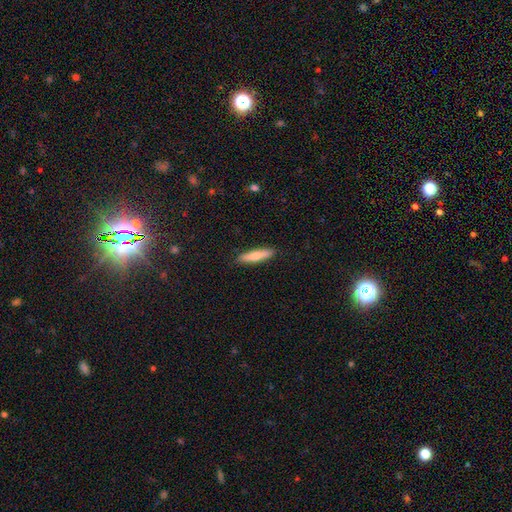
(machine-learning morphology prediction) Smooth or featured?
  - smooth: 74% *
  - featured or disk: 21%
  - star or artifact: 6%
How rounded?
  - cigar-shaped: 85% *
  - in between: 14%
  - round: 1%
Merging?
  - none: 90% *
  - minor disturbance: 8%
  - major disturbance: 2%
  - merger: 1%